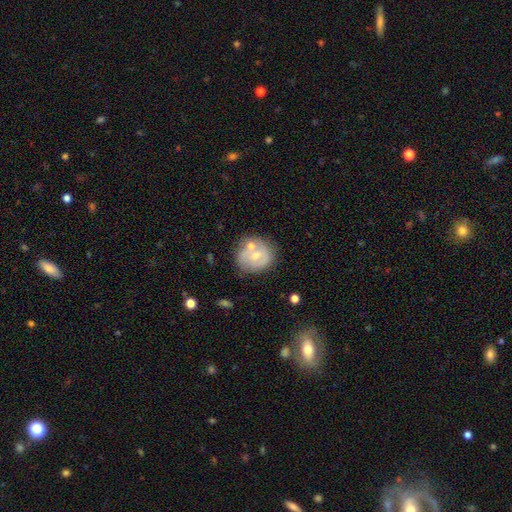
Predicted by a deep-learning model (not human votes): Morphology: type=smooth (50%); merging=none (56%).